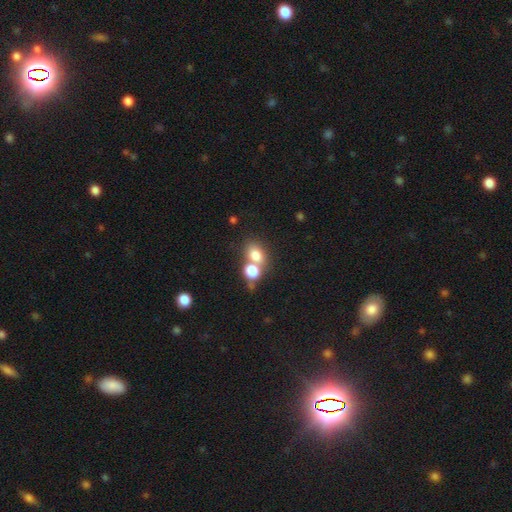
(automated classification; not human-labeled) Smooth or featured?
  - smooth: 76% *
  - star or artifact: 13%
  - featured or disk: 11%
How rounded?
  - in between: 54% *
  - round: 44%
  - cigar-shaped: 1%
Merging?
  - merger: 50% *
  - none: 38%
  - minor disturbance: 8%
  - major disturbance: 4%